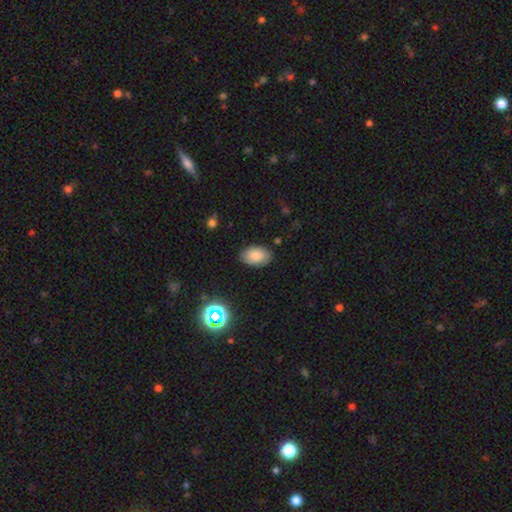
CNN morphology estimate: smooth_or_featured: smooth (p=0.75) [alt: featured or disk p=0.15]
how_rounded: in between (p=0.90) [alt: round p=0.09]
merging: none (p=0.81) [alt: minor disturbance p=0.14]